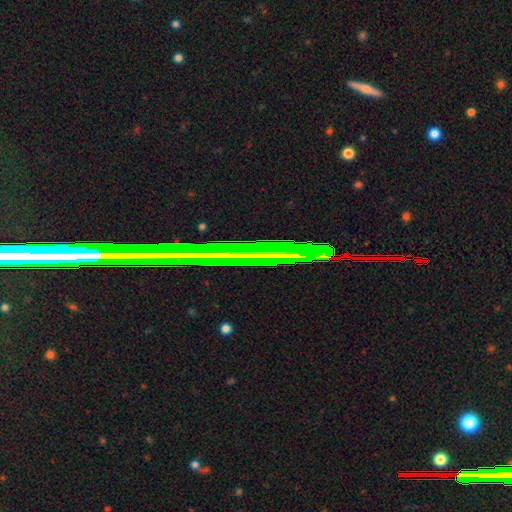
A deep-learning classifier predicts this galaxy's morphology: type=star or artifact (57%).